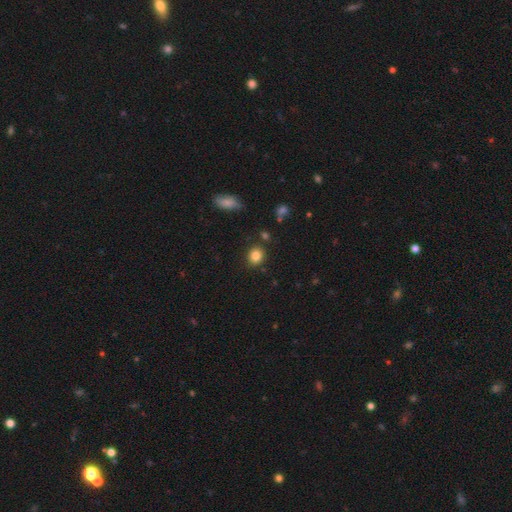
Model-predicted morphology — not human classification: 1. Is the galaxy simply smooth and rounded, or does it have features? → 84% smooth, 10% star or artifact, 6% featured or disk.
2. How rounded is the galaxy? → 71% round, 28% in between, 1% cigar-shaped.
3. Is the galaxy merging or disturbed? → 85% none, 9% minor disturbance, 4% merger, 3% major disturbance.